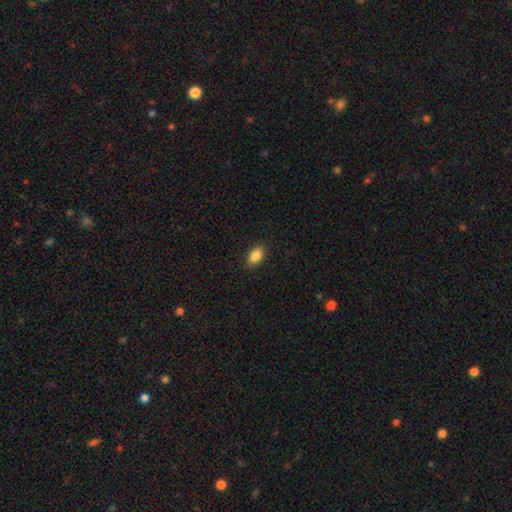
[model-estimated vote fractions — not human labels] Smooth or featured? Predicted: smooth (p=0.87). How rounded? Predicted: in between (p=0.87). Merging? Predicted: none (p=0.88).